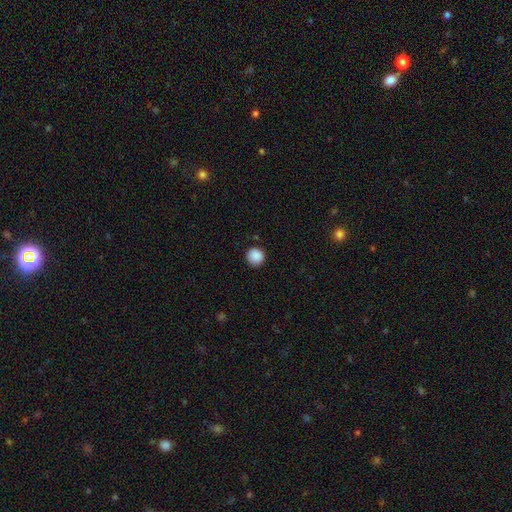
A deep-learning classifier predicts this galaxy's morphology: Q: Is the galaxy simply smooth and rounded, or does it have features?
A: smooth — 88%.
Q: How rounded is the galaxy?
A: round — 94%.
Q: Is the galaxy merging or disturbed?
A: none — 89%.